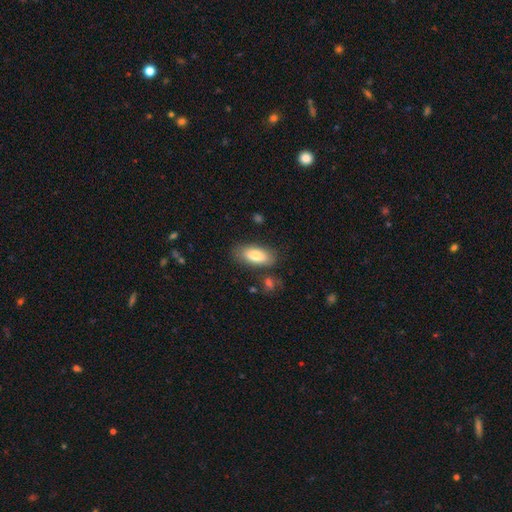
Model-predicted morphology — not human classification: The model was most divided on "merging": none: 80%, minor disturbance: 13%, merger: 4%, major disturbance: 3%. More confident: how rounded — in between (86%); smooth or featured — smooth (81%).